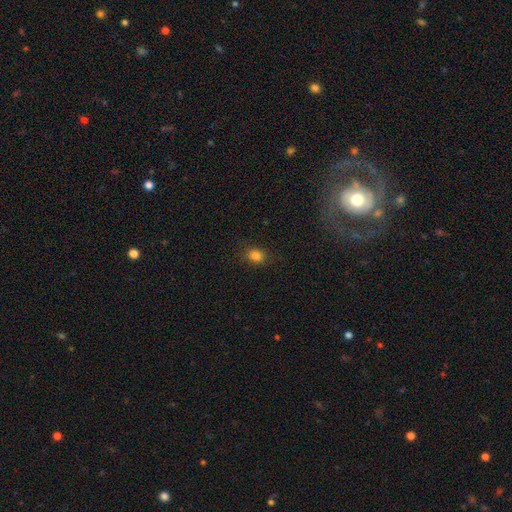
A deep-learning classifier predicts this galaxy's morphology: smooth_or_featured: smooth (p=0.82) [alt: star or artifact p=0.13]
how_rounded: in between (p=0.51) [alt: round p=0.47]
merging: none (p=0.85) [alt: minor disturbance p=0.11]